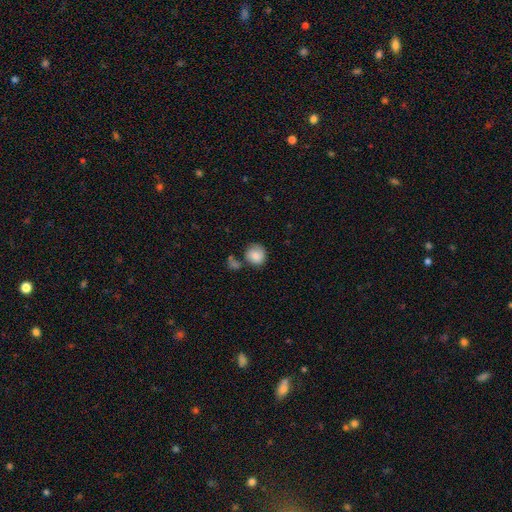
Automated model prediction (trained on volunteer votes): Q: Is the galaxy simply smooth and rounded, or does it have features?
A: smooth — 84%.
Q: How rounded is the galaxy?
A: round — 84%.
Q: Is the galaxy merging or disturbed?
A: none — 58%.